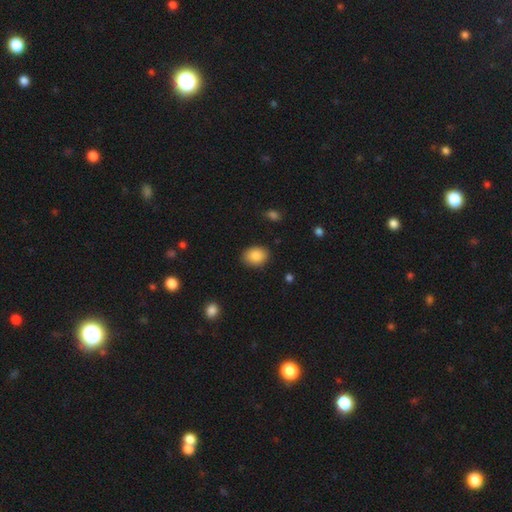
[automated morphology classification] Overall: smooth (86%). How rounded: in between (63%; round 36%). Merging: none (87%).